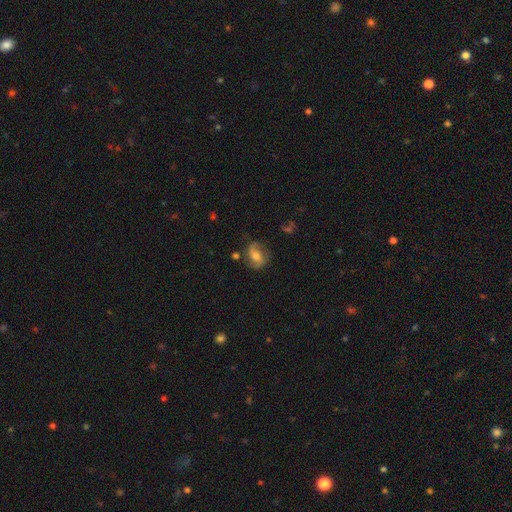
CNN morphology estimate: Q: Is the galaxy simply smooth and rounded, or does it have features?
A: featured or disk — 68%.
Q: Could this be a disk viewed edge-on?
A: no — 96%.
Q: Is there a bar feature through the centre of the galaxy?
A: weak — 41%.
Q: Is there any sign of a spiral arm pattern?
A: yes — 90%.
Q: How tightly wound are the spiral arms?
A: loose — 49%.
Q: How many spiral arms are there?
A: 2 — 87%.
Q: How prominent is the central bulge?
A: moderate — 61%.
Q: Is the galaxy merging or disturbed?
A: none — 73%.